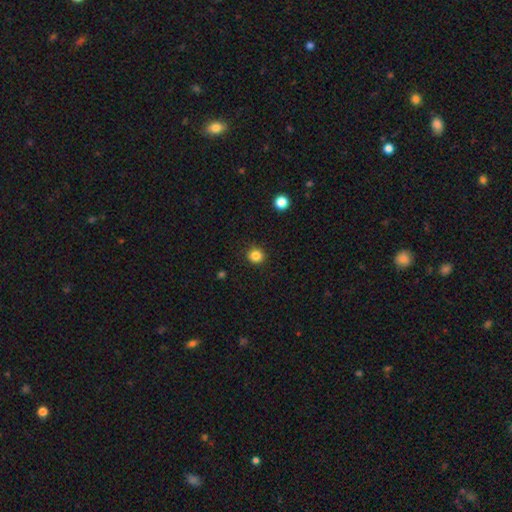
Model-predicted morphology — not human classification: type=smooth (84%); roundness=round (92%); merging=none (91%).